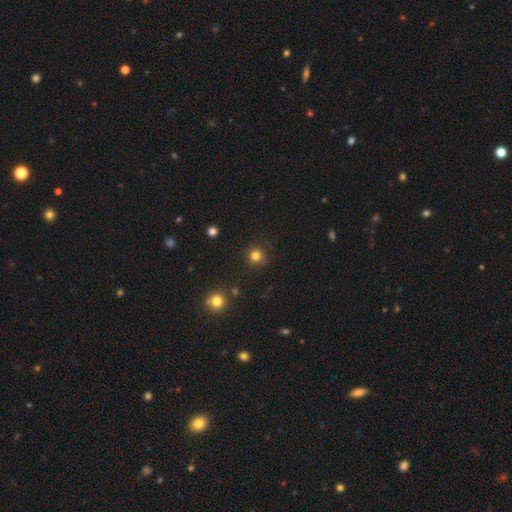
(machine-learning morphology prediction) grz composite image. It shows a smooth galaxy with no disk features (80%) that is round (92%). Merging: none (83%).